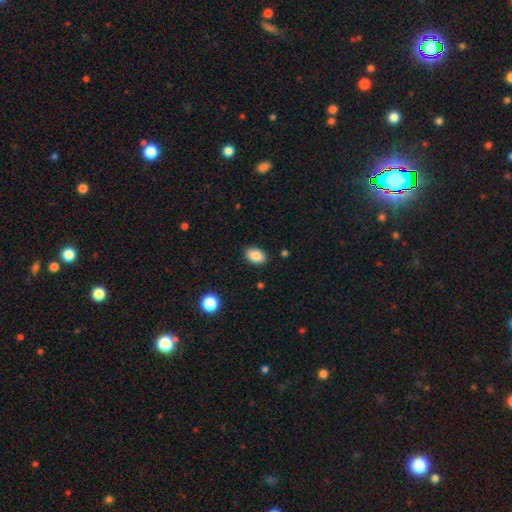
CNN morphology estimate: Smooth or featured? Predicted: smooth (p=0.86). How rounded? Predicted: in between (p=0.86). Merging? Predicted: none (p=0.87).